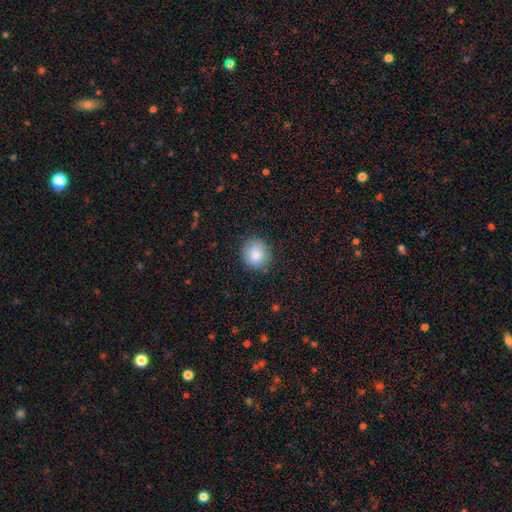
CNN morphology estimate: Smooth or featured: smooth — 86% (star or artifact — 8%)
How rounded: round — 81% (in between — 19%)
Merging: none — 84% (minor disturbance — 12%)